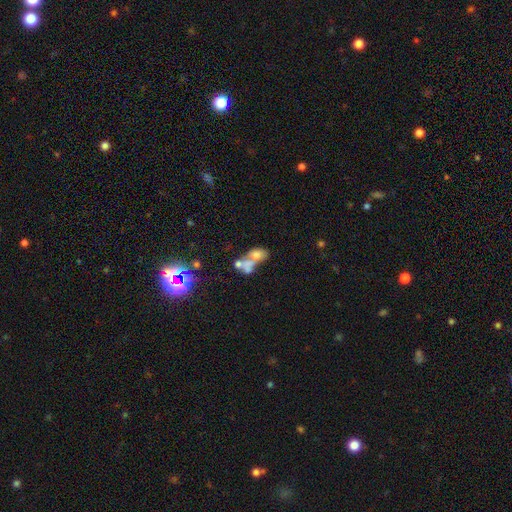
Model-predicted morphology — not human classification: Q: Smooth or featured?
A: smooth (50%); runner-up: featured or disk (34%)
Q: Merging?
A: merger (64%); runner-up: none (16%)